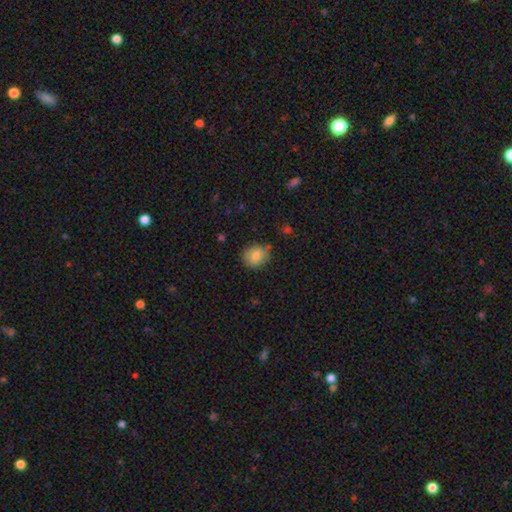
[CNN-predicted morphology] A smooth galaxy with no disk features (83%) that is round (78%). Merging: none (81%).